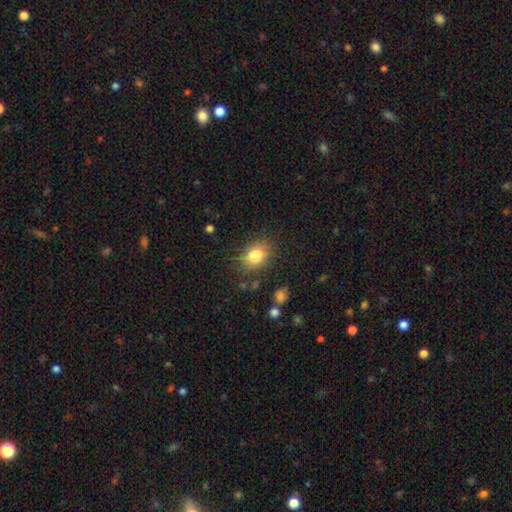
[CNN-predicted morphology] Smooth or featured: smooth — 81% (star or artifact — 10%)
How rounded: in between — 65% (round — 34%)
Merging: none — 82% (minor disturbance — 12%)